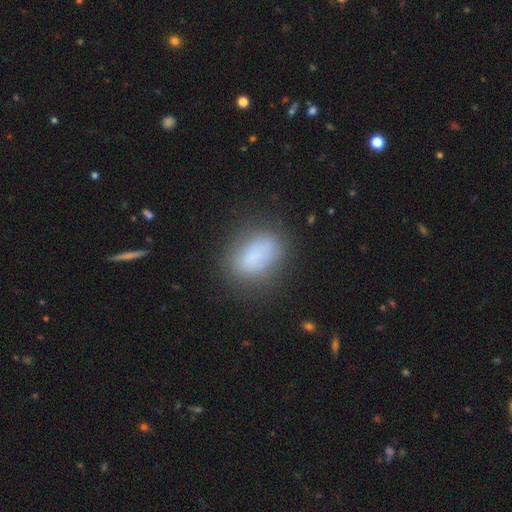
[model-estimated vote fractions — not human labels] Smooth or featured? Predicted: smooth (p=0.74). How rounded? Predicted: in between (p=0.82). Merging? Predicted: none (p=0.68).